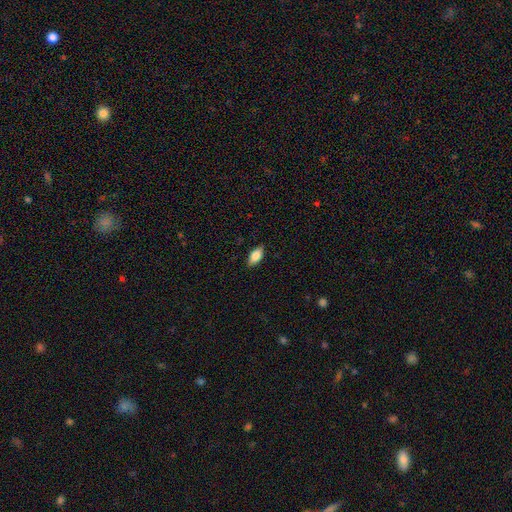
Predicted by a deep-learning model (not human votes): smooth-or-featured: smooth: 85% | featured or disk: 9% | star or artifact: 7%
  how-rounded: in between: 90% | cigar-shaped: 7% | round: 3%
  merging: none: 87% | minor disturbance: 10% | major disturbance: 2% | merger: 1%